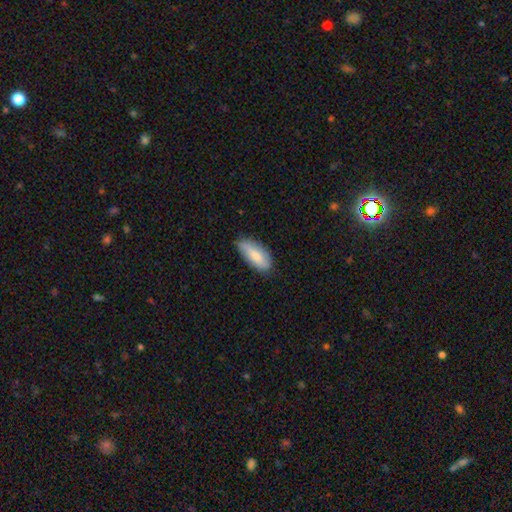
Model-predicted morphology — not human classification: Smooth or featured? smooth (75%)
How rounded? in between (82%)
Merging? none (73%)